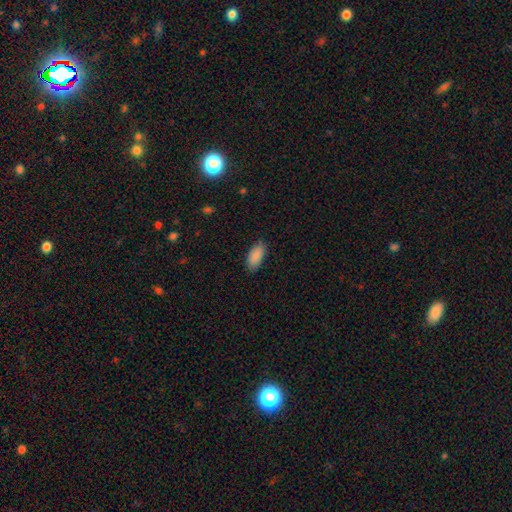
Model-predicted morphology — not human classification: This appears to be a smooth galaxy with no disk features (90%) that is in between round and cigar-shaped (91%). Merging: none (84%).